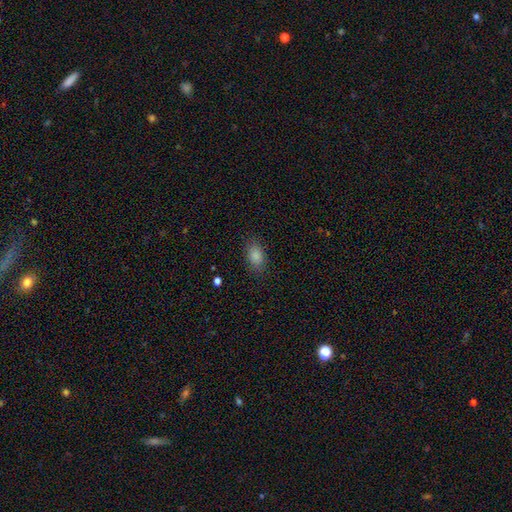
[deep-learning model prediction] smooth_or_featured: smooth (p=0.85) [alt: star or artifact p=0.09]
how_rounded: in between (p=0.87) [alt: round p=0.11]
merging: none (p=0.85) [alt: minor disturbance p=0.11]